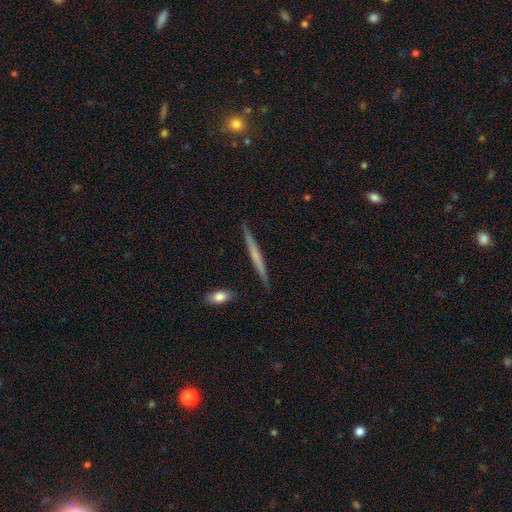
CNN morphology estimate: The model was most divided on "smooth or featured": featured or disk: 48%, smooth: 46%, star or artifact: 6%. More confident: merging — none (90%).